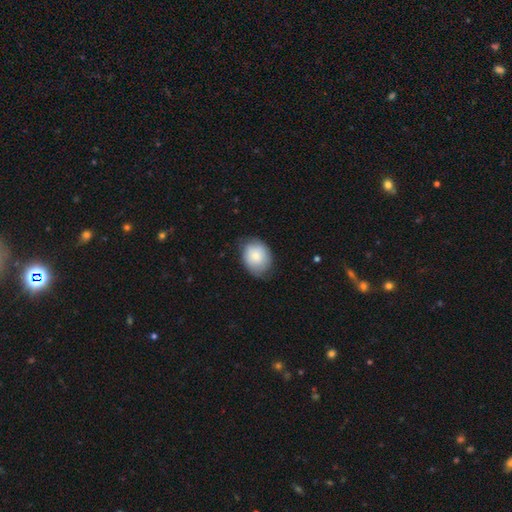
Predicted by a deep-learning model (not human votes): smooth-or-featured: smooth: 81% | featured or disk: 13% | star or artifact: 6%
  how-rounded: in between: 58% | round: 42% | cigar-shaped: 1%
  merging: none: 70% | minor disturbance: 25% | major disturbance: 5% | merger: 1%